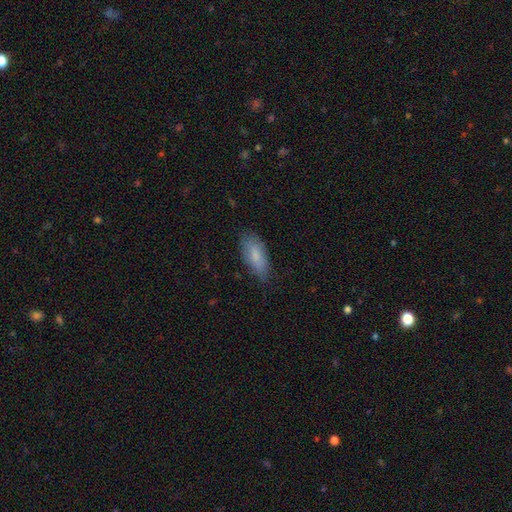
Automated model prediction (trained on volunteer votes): Morphology: type=smooth (80%); roundness=in between (78%); merging=none (73%).